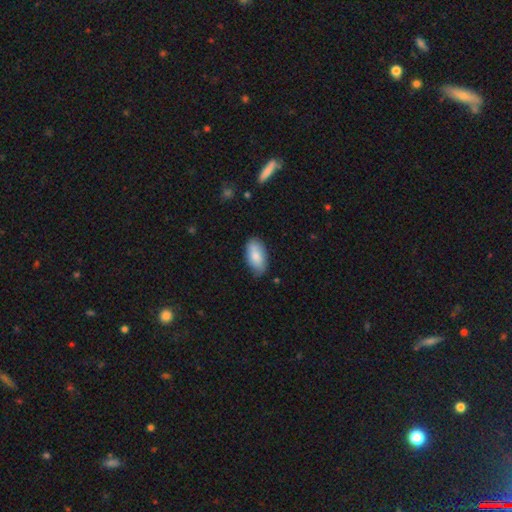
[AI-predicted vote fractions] Q: Smooth or featured?
A: smooth (82%); runner-up: featured or disk (12%)
Q: How rounded?
A: in between (93%); runner-up: cigar-shaped (4%)
Q: Merging?
A: none (77%); runner-up: minor disturbance (18%)